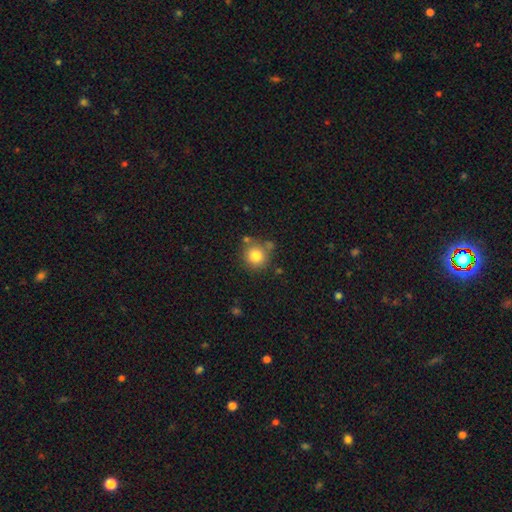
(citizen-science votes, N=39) This is clearly a smooth galaxy (82%). How rounded: clearly round (94%). Merging: clearly none (83%).